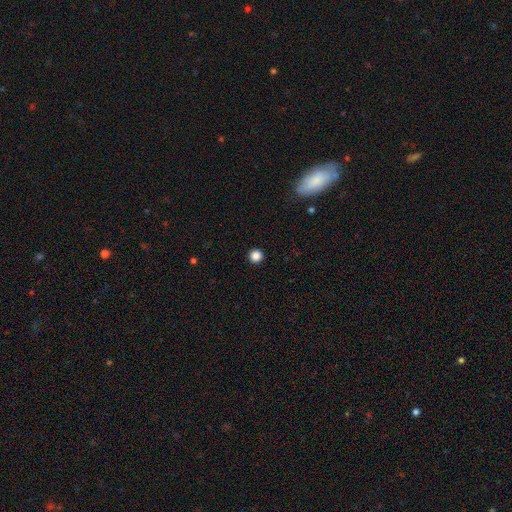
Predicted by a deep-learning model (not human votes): Smooth or featured?
  - smooth: 86% *
  - star or artifact: 11%
  - featured or disk: 3%
How rounded?
  - round: 96% *
  - in between: 3%
  - cigar-shaped: 1%
Merging?
  - none: 94% *
  - minor disturbance: 4%
  - major disturbance: 1%
  - merger: 1%